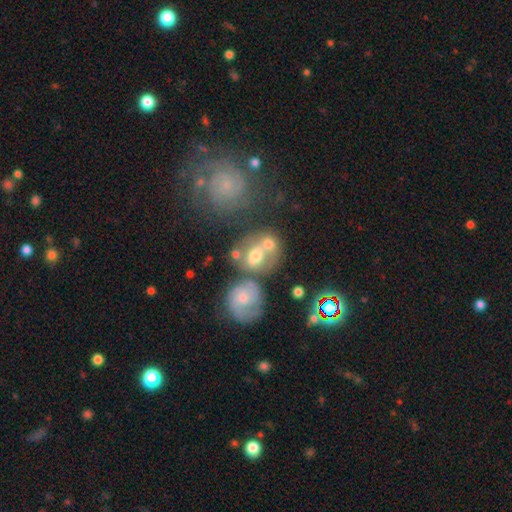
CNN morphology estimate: smooth 48%, featured or disk 40%, star or artifact 13%. Down the decision tree: merging — merger (44%).